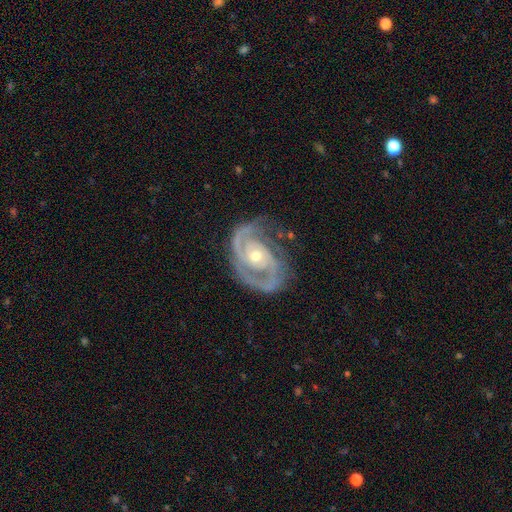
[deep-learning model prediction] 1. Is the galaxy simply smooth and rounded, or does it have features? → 91% featured or disk, 5% star or artifact, 4% smooth.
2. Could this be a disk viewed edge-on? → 97% no, 3% yes.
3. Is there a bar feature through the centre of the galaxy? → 66% no, 24% weak, 10% strong.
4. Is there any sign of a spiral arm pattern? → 97% yes, 3% no.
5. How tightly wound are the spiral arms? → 56% tight, 37% medium, 7% loose.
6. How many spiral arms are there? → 80% 2, 7% 3, 5% can't tell, 4% 1, 2% 4, 2% more than 4.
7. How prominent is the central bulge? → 52% moderate, 45% small, 2% large, 1% none, 1% dominant.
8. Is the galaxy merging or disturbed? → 71% none, 19% minor disturbance, 9% major disturbance, 2% merger.